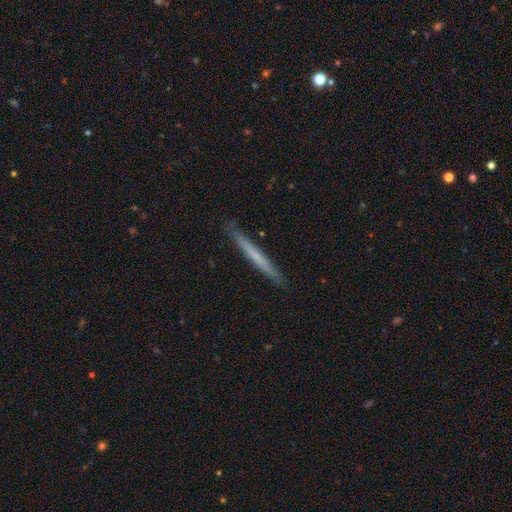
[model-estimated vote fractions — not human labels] Smooth or featured? Predicted: smooth (p=0.56). How rounded? Predicted: cigar-shaped (p=0.97). Merging? Predicted: none (p=0.91).